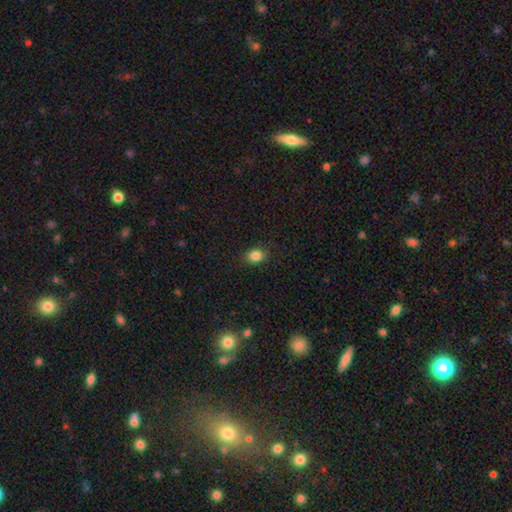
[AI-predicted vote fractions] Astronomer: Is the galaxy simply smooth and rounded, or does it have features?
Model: smooth — 85%.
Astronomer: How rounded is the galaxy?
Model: in between — 62%.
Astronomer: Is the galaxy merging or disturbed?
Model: none — 87%.